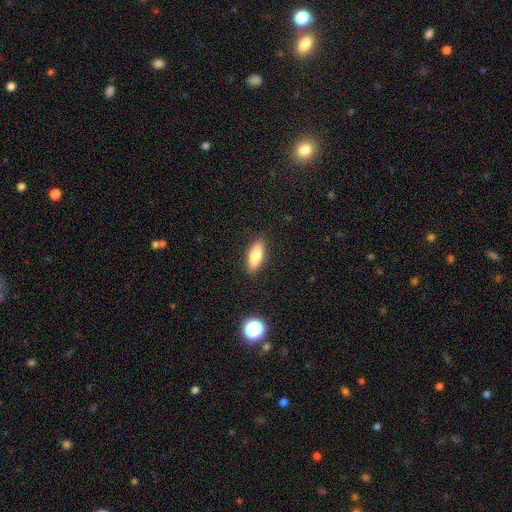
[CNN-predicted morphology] smooth_or_featured: smooth (p=0.78) [alt: featured or disk p=0.14]
how_rounded: in between (p=0.75) [alt: cigar-shaped p=0.22]
merging: none (p=0.88) [alt: minor disturbance p=0.08]